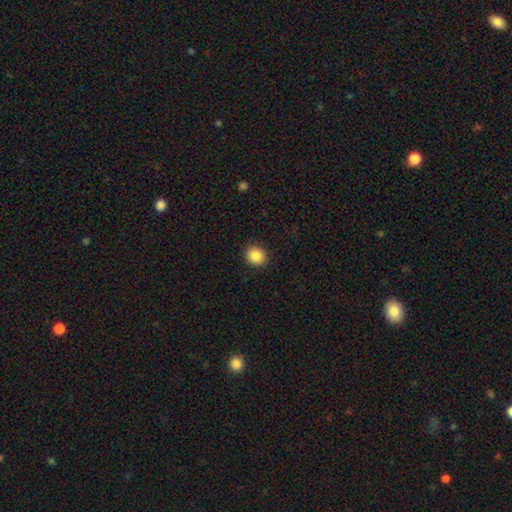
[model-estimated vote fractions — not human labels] Morphology: type=smooth (87%); roundness=round (86%); merging=none (91%).